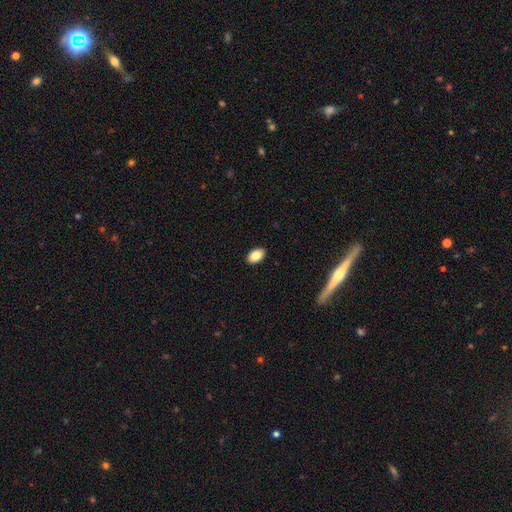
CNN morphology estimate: Smooth or featured: smooth — 84% (featured or disk — 8%)
How rounded: in between — 91% (round — 8%)
Merging: none — 90% (minor disturbance — 7%)